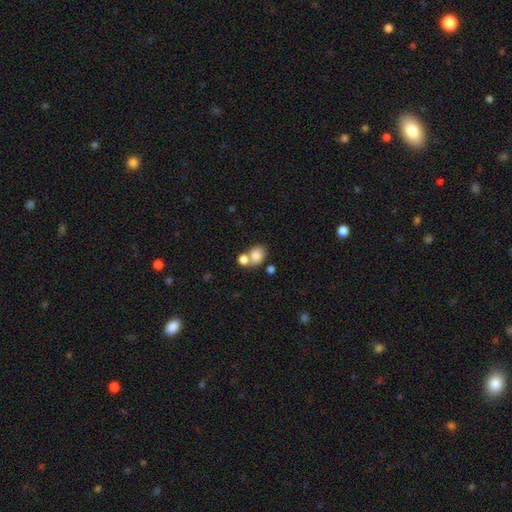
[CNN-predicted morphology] This appears to be a smooth galaxy with no disk features (81%) that is round (55%). Merging: merger (44%).